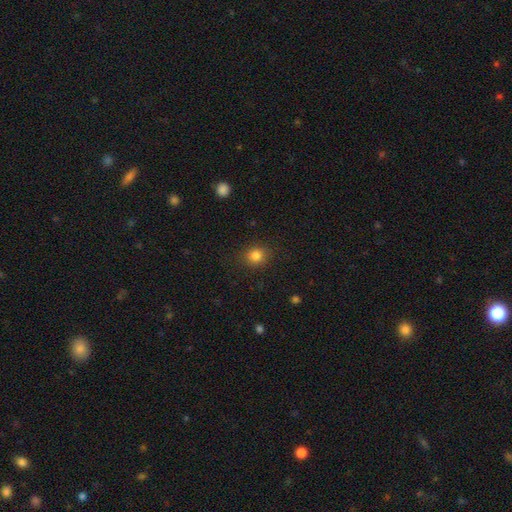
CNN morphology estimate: type=smooth (83%); roundness=round (76%); merging=none (87%).